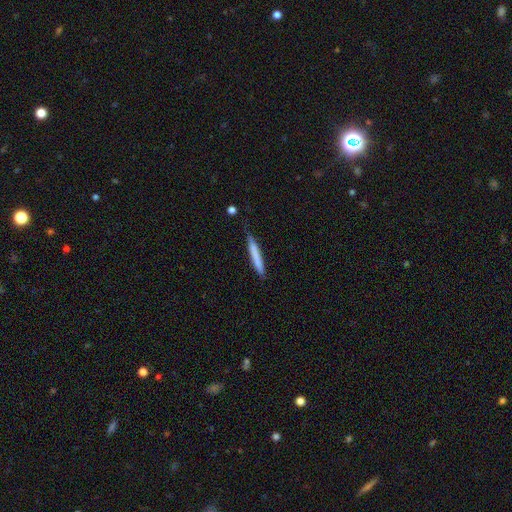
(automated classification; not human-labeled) A smooth galaxy with no disk features (74%) that is cigar-shaped (95%). Merging: none (74%).